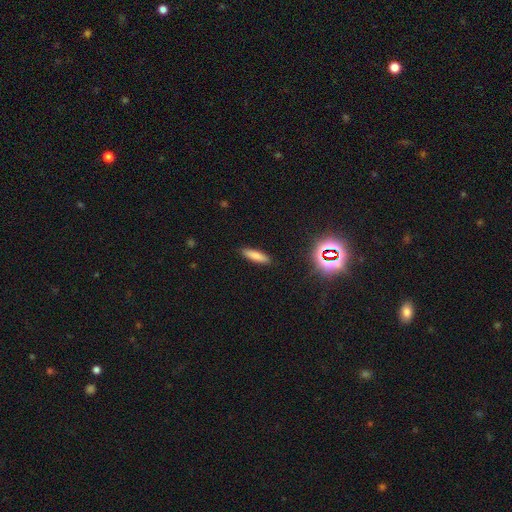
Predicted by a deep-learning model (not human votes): A smooth galaxy with no disk features (80%) that is cigar-shaped (68%). Merging: none (89%).